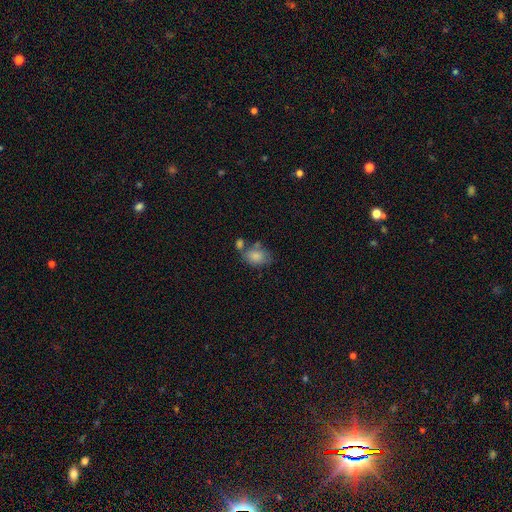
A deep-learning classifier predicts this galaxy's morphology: Overall: smooth (82%). How rounded: in between (76%). Merging: none (47%; merger 24%).